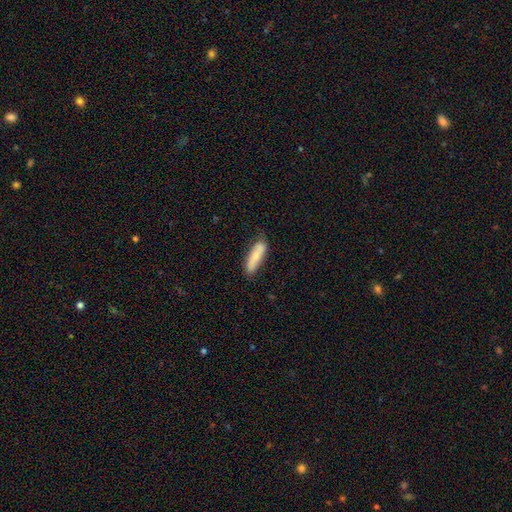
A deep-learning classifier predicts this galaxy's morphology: Smooth or featured? smooth (72%)
How rounded? cigar-shaped (65%)
Merging? none (73%)